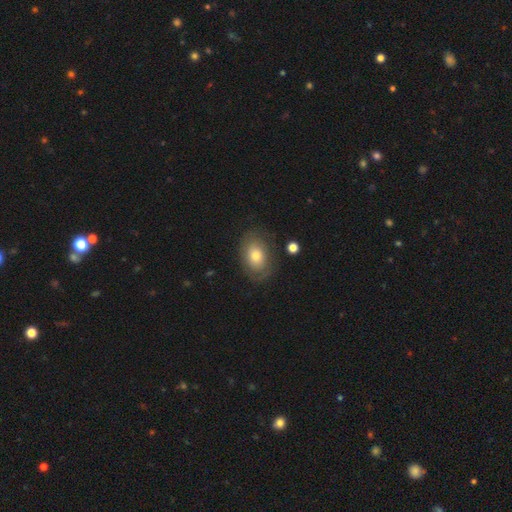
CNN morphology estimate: This is possibly a smooth galaxy (59%). How rounded: likely in between (75%). Merging: likely none (72%).